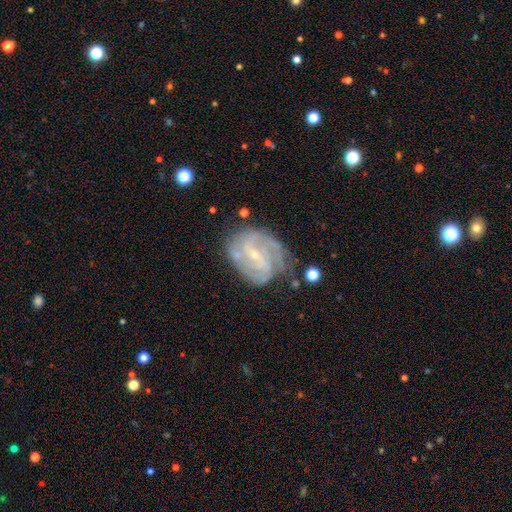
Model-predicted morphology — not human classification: type=featured or disk (85%); edge-on=no (97%); bar=weak (46%); spiral arms=yes (95%); winding=tight (50%); arm count=2 (34%); bulge=small (79%); merging=none (62%).